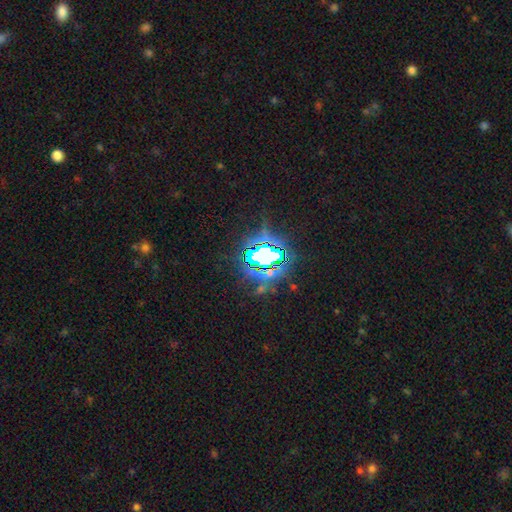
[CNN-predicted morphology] Overall: star or artifact (80%).